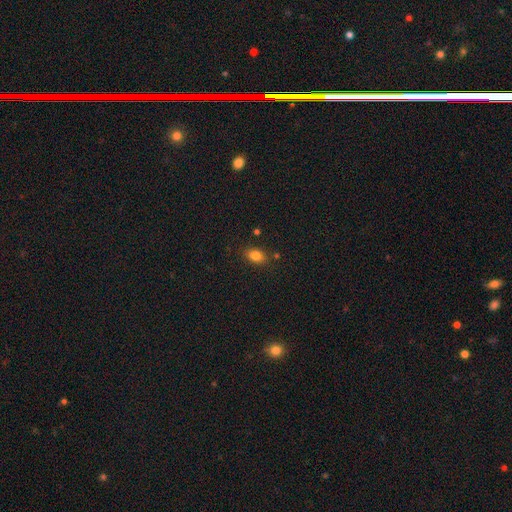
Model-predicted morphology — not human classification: Smooth or featured?
  - smooth: 82% *
  - star or artifact: 10%
  - featured or disk: 7%
How rounded?
  - in between: 81% *
  - round: 17%
  - cigar-shaped: 2%
Merging?
  - none: 82% *
  - minor disturbance: 12%
  - merger: 3%
  - major disturbance: 3%